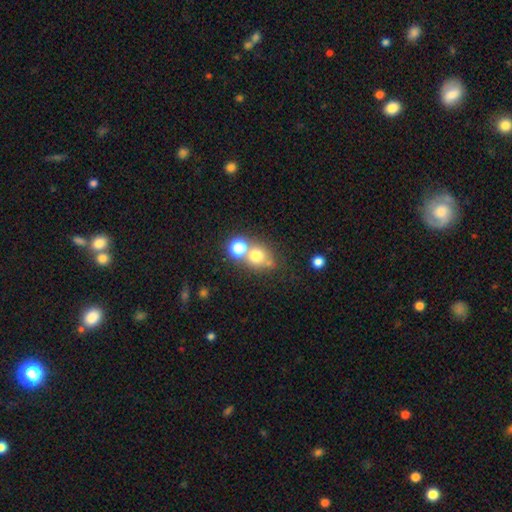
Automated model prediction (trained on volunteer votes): Overall: smooth (70%). How rounded: round (80%). Merging: none (48%; merger 41%).